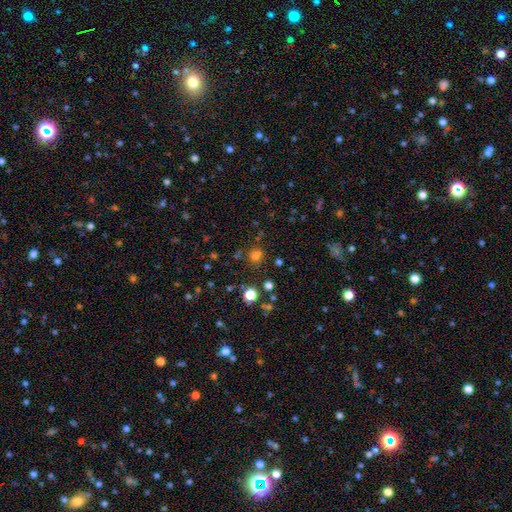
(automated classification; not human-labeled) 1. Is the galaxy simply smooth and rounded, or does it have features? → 72% smooth, 23% star or artifact, 6% featured or disk.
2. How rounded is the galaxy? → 87% round, 12% in between, 1% cigar-shaped.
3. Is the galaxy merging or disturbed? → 79% none, 11% minor disturbance, 6% merger, 4% major disturbance.